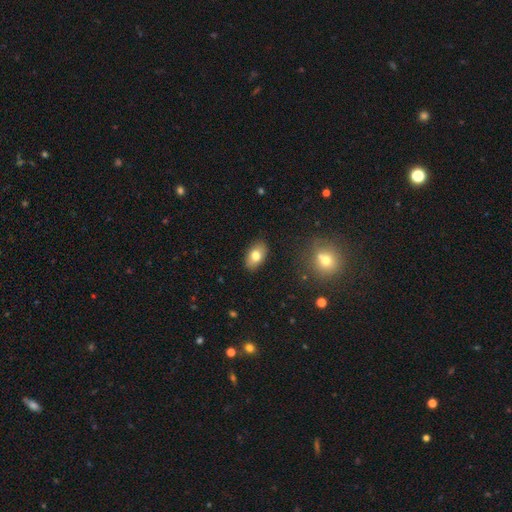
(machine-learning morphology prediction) This appears to be a smooth galaxy with no disk features (76%) that is in between round and cigar-shaped (90%). Merging: none (87%).